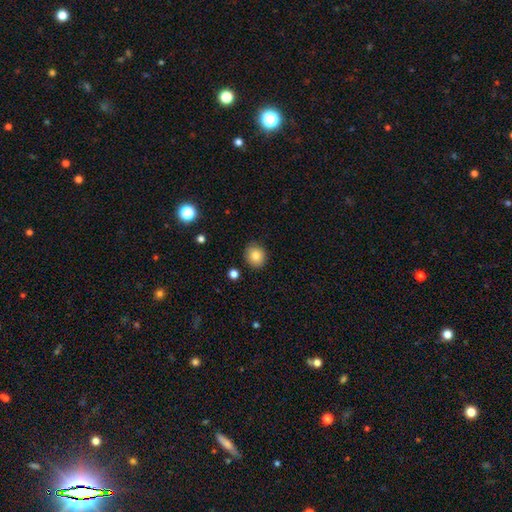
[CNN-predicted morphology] A smooth galaxy with no disk features (83%) that is round (80%).

Vote fractions:
- Smooth or featured? smooth: 83% / star or artifact: 10% / featured or disk: 8%
- How rounded? round: 80% / in between: 19% / cigar-shaped: 1%
- Merging? none: 87% / minor disturbance: 9% / major disturbance: 2% / merger: 2%